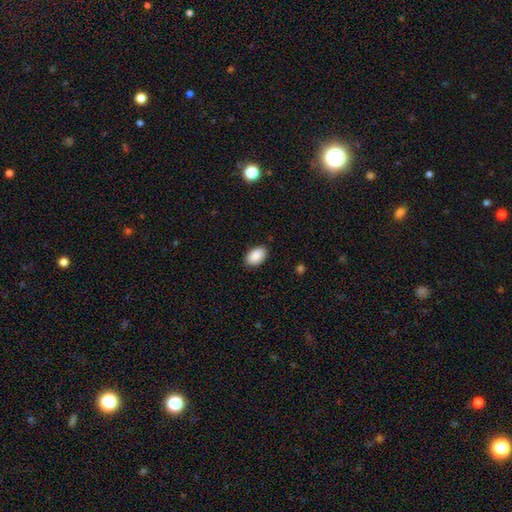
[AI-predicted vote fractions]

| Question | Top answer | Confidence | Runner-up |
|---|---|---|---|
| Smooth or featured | smooth | 89% | star or artifact (7%) |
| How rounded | in between | 91% | round (8%) |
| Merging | none | 87% | minor disturbance (10%) |